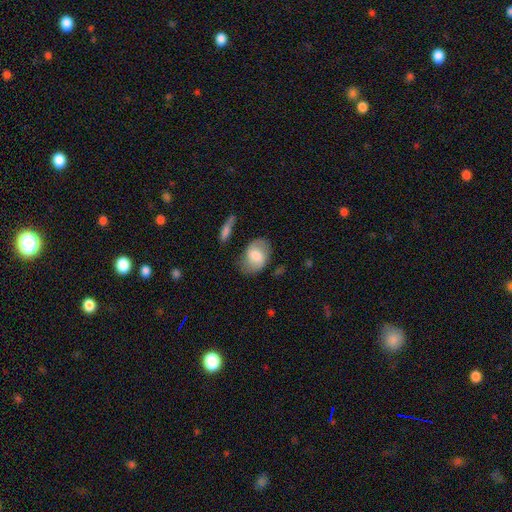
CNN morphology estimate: Smooth or featured? smooth (63%)
How rounded? in between (80%)
Merging? none (66%)